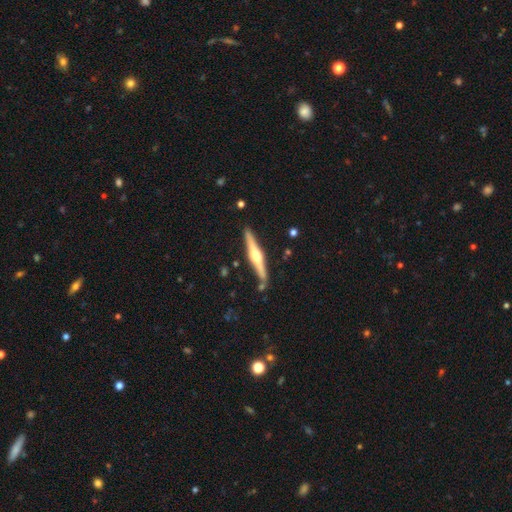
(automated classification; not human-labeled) smooth-or-featured: featured or disk: 74% | smooth: 21% | star or artifact: 5%
  disk-edge-on: yes: 98% | no: 2%
    edge-on-bulge: rounded: 91% | boxy: 5% | none: 3%
  merging: none: 86% | minor disturbance: 9% | merger: 3% | major disturbance: 2%